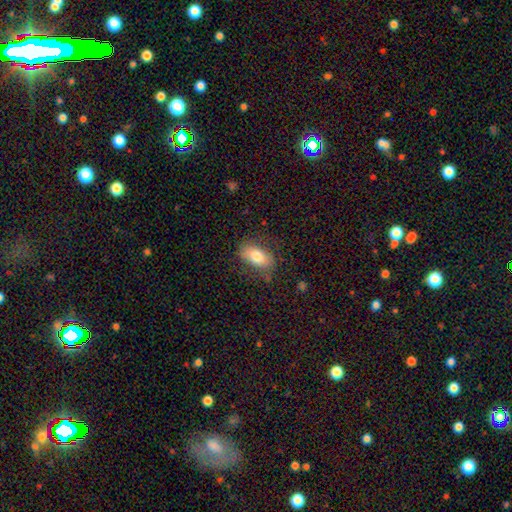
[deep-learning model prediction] Smooth or featured? Predicted: smooth (p=0.76). How rounded? Predicted: in between (p=0.90). Merging? Predicted: none (p=0.77).